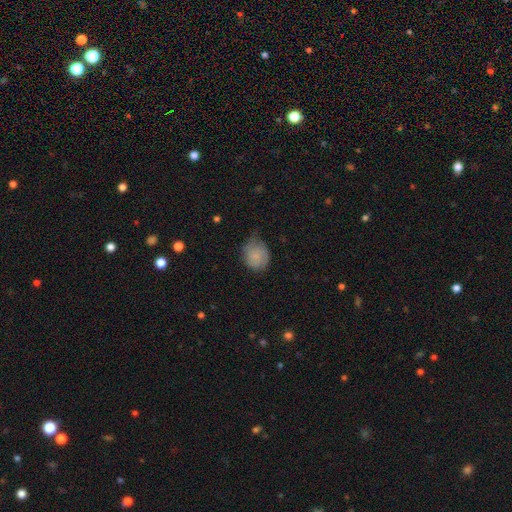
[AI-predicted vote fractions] Q: Smooth or featured?
A: smooth (68%); runner-up: featured or disk (24%)
Q: How rounded?
A: round (67%); runner-up: in between (32%)
Q: Merging?
A: none (43%); runner-up: minor disturbance (42%)